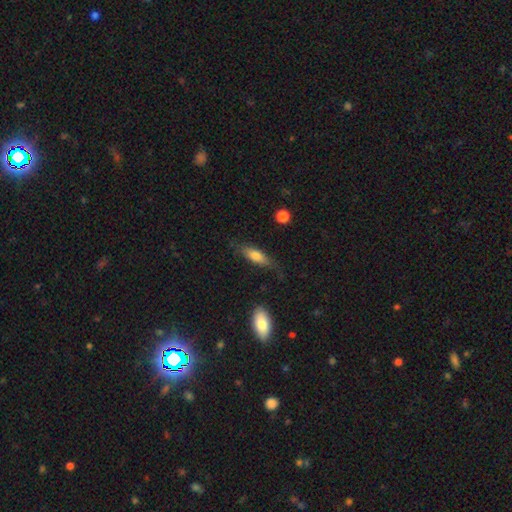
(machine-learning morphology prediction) Overall: smooth (68%). How rounded: in between (54%; cigar-shaped 43%). Merging: none (72%).